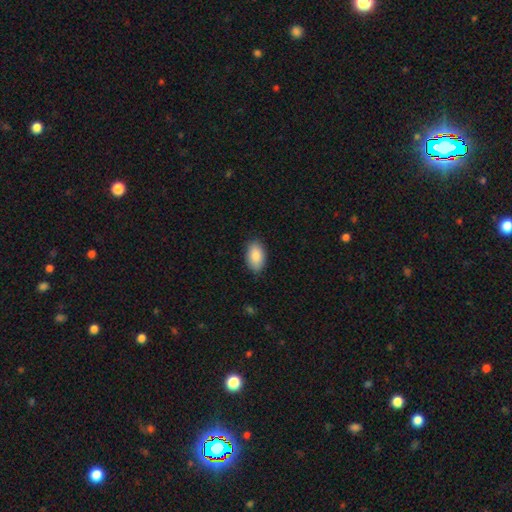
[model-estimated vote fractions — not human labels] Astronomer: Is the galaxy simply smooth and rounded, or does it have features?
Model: smooth — 87%.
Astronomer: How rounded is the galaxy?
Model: in between — 94%.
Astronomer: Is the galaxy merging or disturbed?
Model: none — 86%.